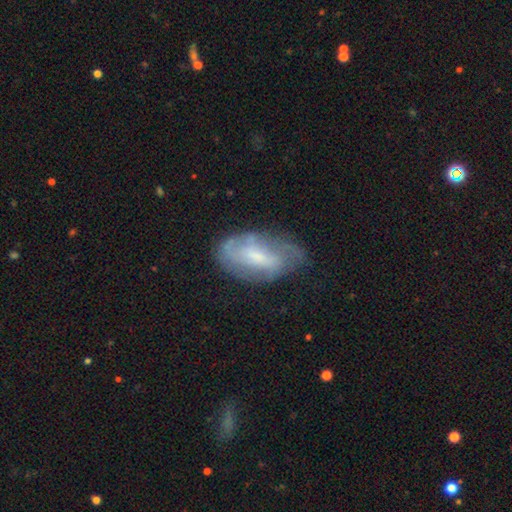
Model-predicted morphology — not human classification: The model was most divided on "bulge size": small: 43%, moderate: 37%, none: 12%, large: 6%, dominant: 1%. Remaining: edge-on disk — no (93%); spiral arms — yes (72%); smooth or featured — featured or disk (60%); merging — none (58%); bar — weak (45%).